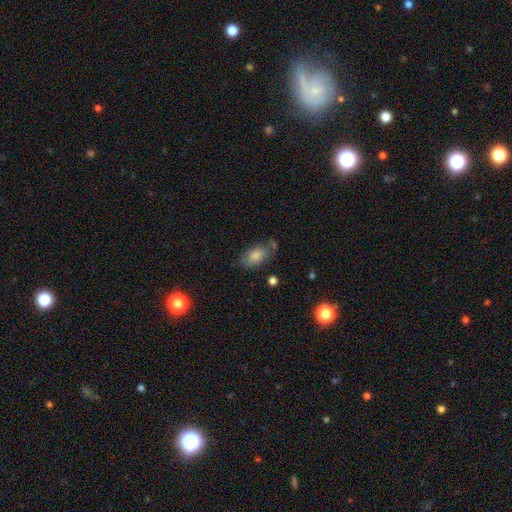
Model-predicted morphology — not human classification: A smooth galaxy with no disk features (81%) that is in between round and cigar-shaped (90%).

Vote fractions:
- Smooth or featured? smooth: 81% / featured or disk: 11% / star or artifact: 8%
- How rounded? in between: 90% / round: 7% / cigar-shaped: 3%
- Merging? none: 62% / minor disturbance: 22% / merger: 8% / major disturbance: 7%